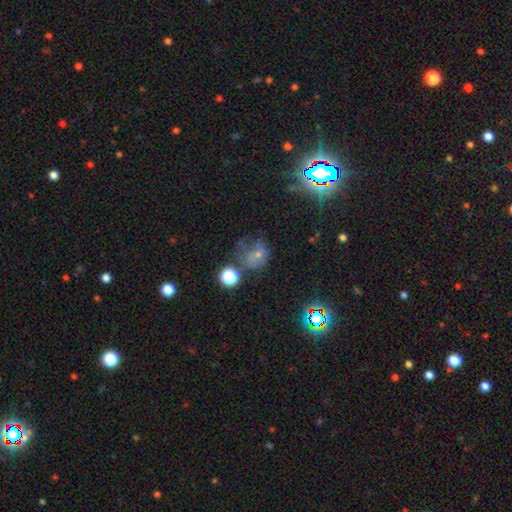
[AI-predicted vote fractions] Q: Smooth or featured?
A: smooth (43%); runner-up: star or artifact (31%)
Q: Merging?
A: none (37%); runner-up: major disturbance (28%)